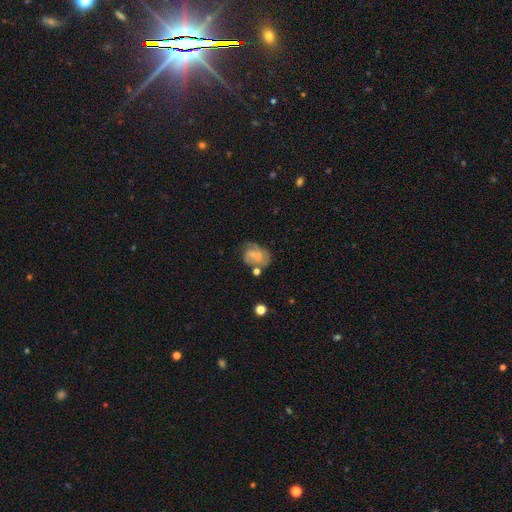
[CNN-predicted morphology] smooth_or_featured: featured or disk (p=0.47) [alt: smooth p=0.44]
merging: none (p=0.44) [alt: minor disturbance p=0.27]